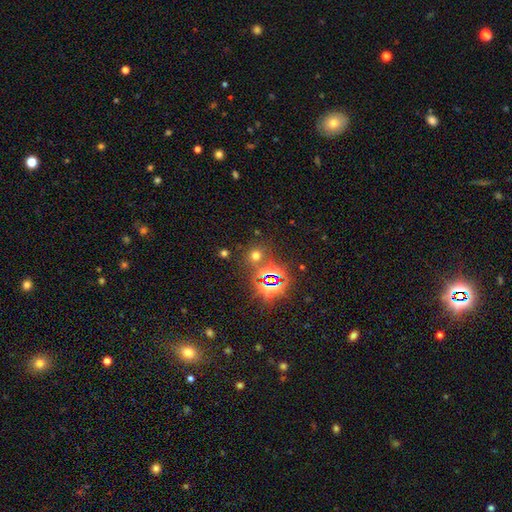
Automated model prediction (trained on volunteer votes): Smooth or featured?
  - smooth: 49% *
  - star or artifact: 44%
  - featured or disk: 7%
Merging?
  - none: 78% *
  - merger: 9%
  - minor disturbance: 9%
  - major disturbance: 4%